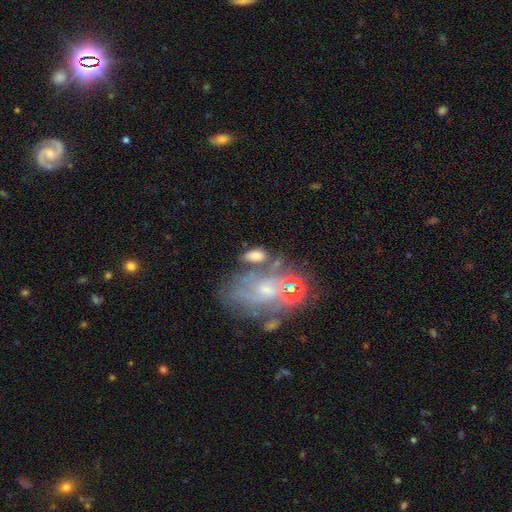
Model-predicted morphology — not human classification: smooth_or_featured: smooth (p=0.57) [alt: featured or disk p=0.30]
how_rounded: in between (p=0.86) [alt: round p=0.09]
merging: none (p=0.50) [alt: merger p=0.21]